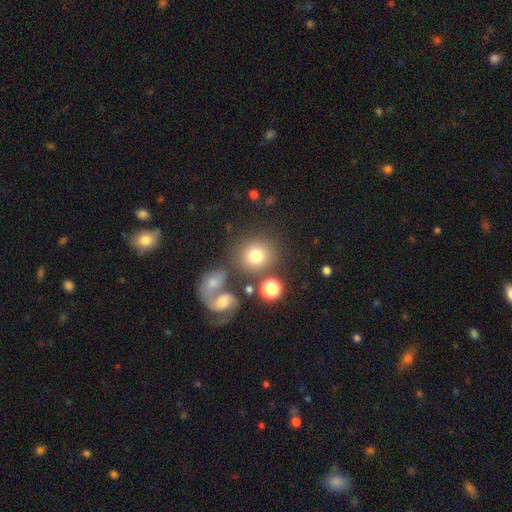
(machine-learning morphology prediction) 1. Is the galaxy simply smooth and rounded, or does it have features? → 74% smooth, 14% featured or disk, 12% star or artifact.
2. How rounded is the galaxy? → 82% round, 16% in between, 1% cigar-shaped.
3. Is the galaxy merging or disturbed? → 67% none, 16% merger, 10% minor disturbance, 7% major disturbance.